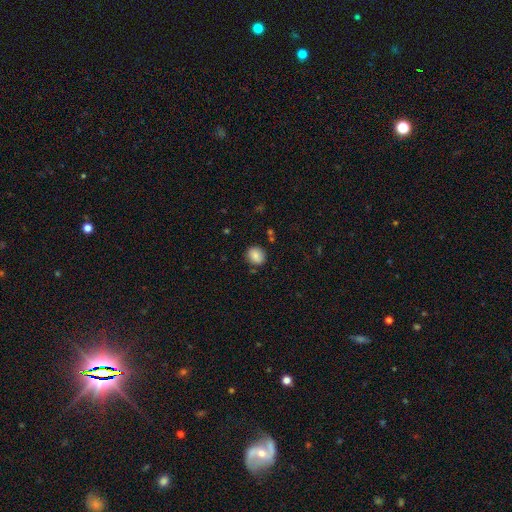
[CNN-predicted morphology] type=smooth (87%); roundness=round (65%); merging=none (83%).